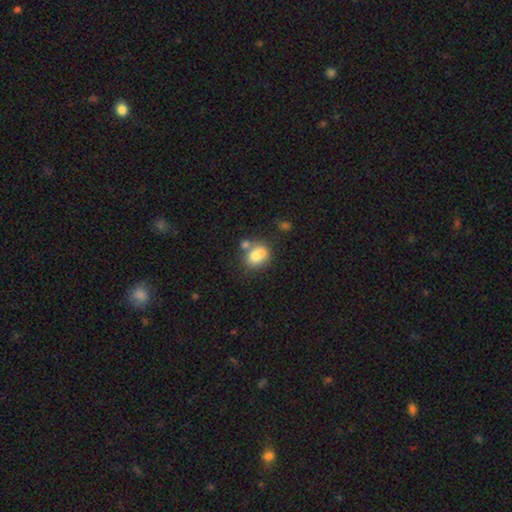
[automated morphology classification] Overall: smooth (75%). How rounded: round (50%; in between 48%). Merging: none (43%; merger 36%).